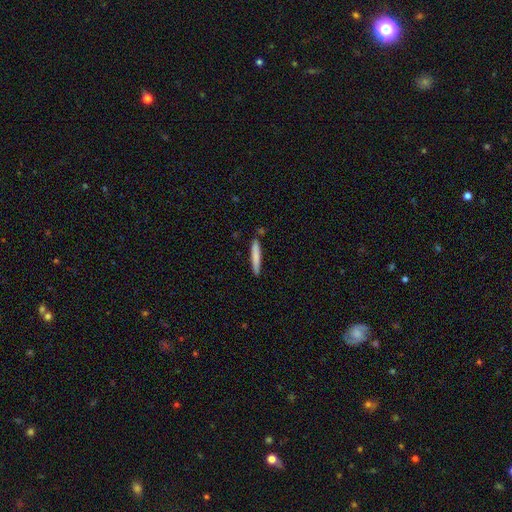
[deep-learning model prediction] Smooth or featured? Predicted: smooth (p=0.78). How rounded? Predicted: cigar-shaped (p=0.94). Merging? Predicted: none (p=0.83).